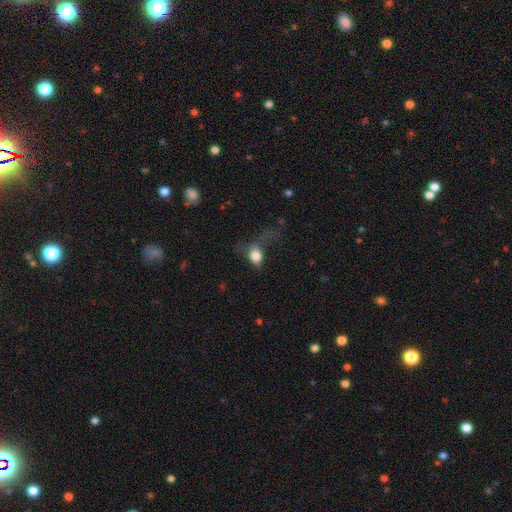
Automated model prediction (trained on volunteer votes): Smooth or featured: smooth — 79% (featured or disk — 12%)
How rounded: in between — 69% (round — 29%)
Merging: major disturbance — 49% (none — 27%)